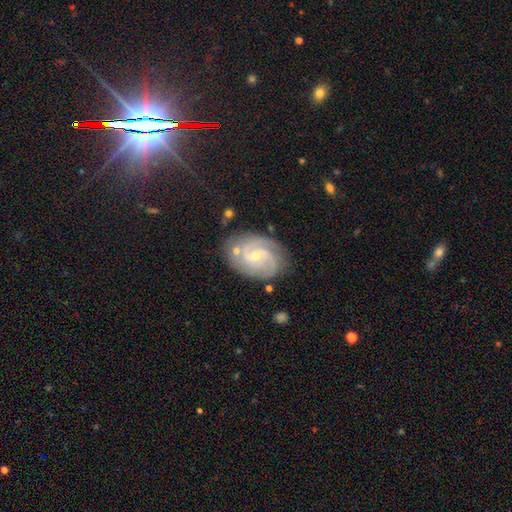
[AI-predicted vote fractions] smooth_or_featured: featured or disk (p=0.87) [alt: smooth p=0.08]
disk_edge_on: no (p=0.98) [alt: yes p=0.02]
bar: no (p=0.46) [tied with: weak p=0.46]
has_spiral_arms: yes (p=0.97) [alt: no p=0.03]
spiral_winding: medium (p=0.45) [alt: tight p=0.44]
spiral_arm_count: 2 (p=0.49) [alt: 3 p=0.26]
bulge_size: small (p=0.66) [alt: moderate p=0.31]
merging: none (p=0.73) [alt: minor disturbance p=0.16]